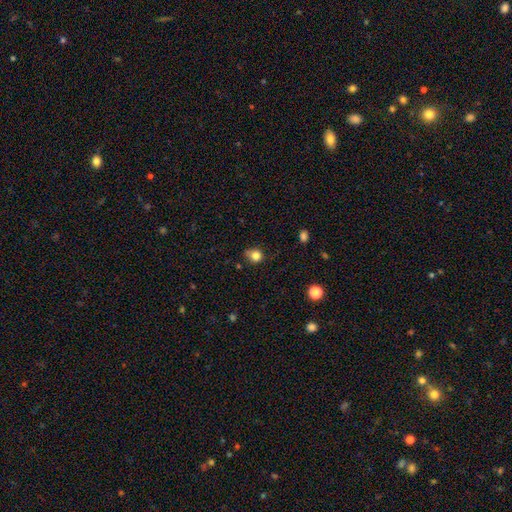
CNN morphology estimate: The model was most divided on "merging": none: 62%, minor disturbance: 27%, major disturbance: 7%, merger: 4%. More confident: smooth or featured — smooth (81%); how rounded — round (78%).